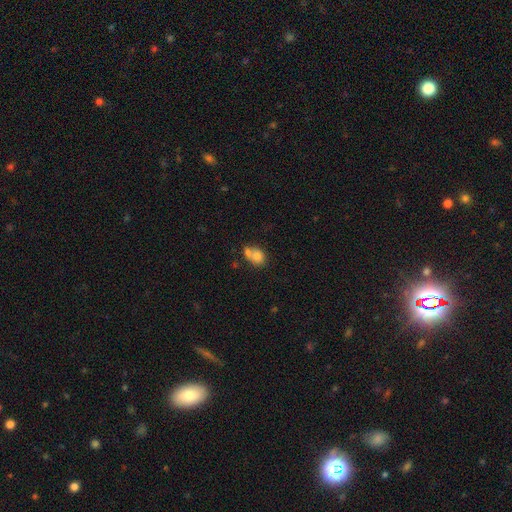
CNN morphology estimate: Smooth or featured?
  - smooth: 73% *
  - featured or disk: 17%
  - star or artifact: 10%
How rounded?
  - in between: 50% *
  - round: 49%
  - cigar-shaped: 1%
Merging?
  - merger: 47% *
  - none: 33%
  - minor disturbance: 13%
  - major disturbance: 6%